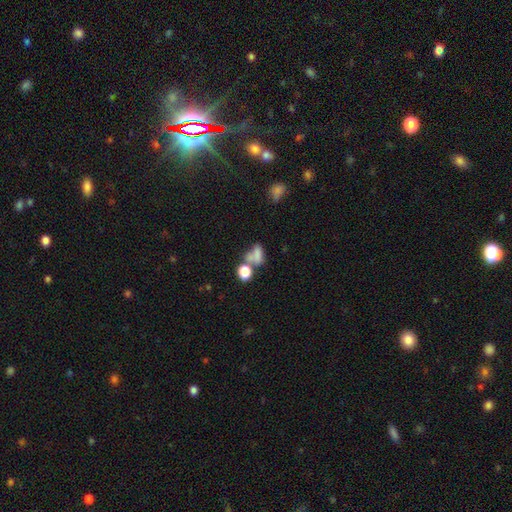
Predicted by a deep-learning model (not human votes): Smooth or featured?
  - smooth: 69% *
  - featured or disk: 16%
  - star or artifact: 15%
How rounded?
  - in between: 72% *
  - round: 23%
  - cigar-shaped: 5%
Merging?
  - merger: 45% *
  - none: 26%
  - major disturbance: 15%
  - minor disturbance: 14%